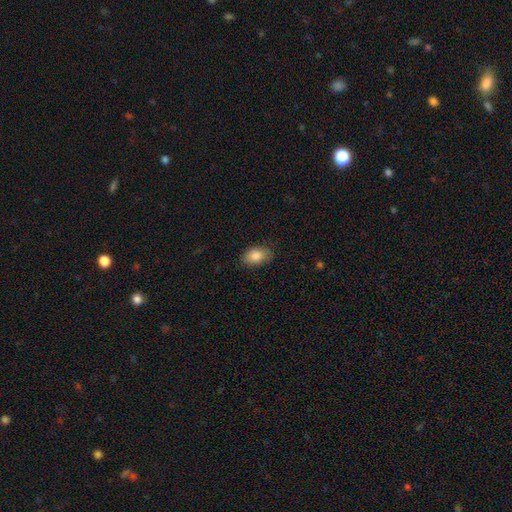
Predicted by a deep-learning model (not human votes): Morphology: type=smooth (86%); roundness=in between (87%); merging=none (83%).